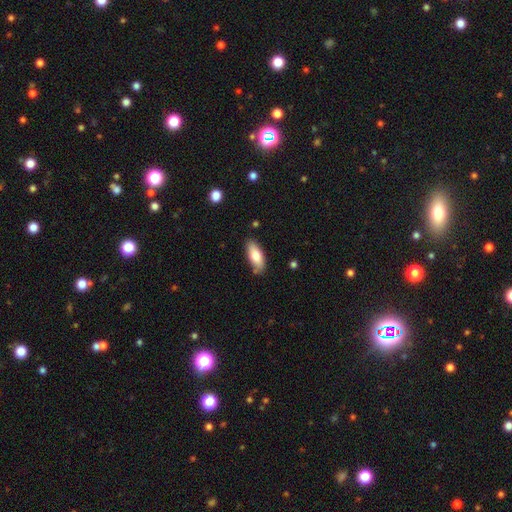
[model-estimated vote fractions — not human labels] Smooth or featured?
  - smooth: 77% *
  - featured or disk: 17%
  - star or artifact: 6%
How rounded?
  - in between: 80% *
  - cigar-shaped: 18%
  - round: 2%
Merging?
  - none: 83% *
  - minor disturbance: 13%
  - merger: 3%
  - major disturbance: 2%